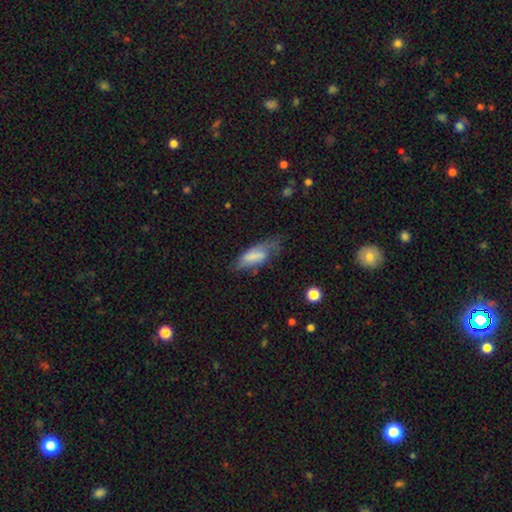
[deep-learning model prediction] This appears to be a smooth galaxy with no disk features (51%) that is in between round and cigar-shaped (78%). Merging: none (41%).